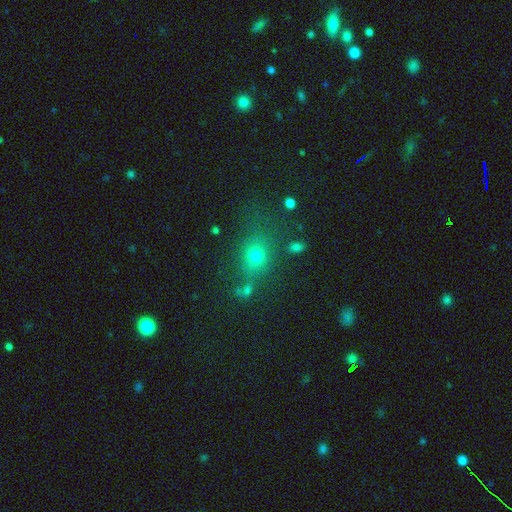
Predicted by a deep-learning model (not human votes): Overall: smooth (70%). How rounded: round (64%; in between 34%). Merging: none (67%).